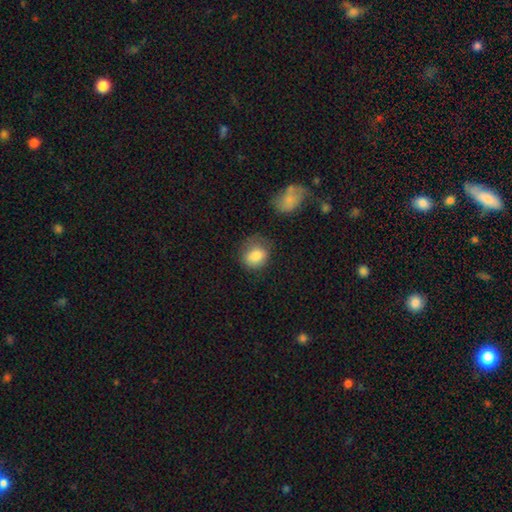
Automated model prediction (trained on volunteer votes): smooth-or-featured: smooth: 85% | star or artifact: 8% | featured or disk: 7%
  how-rounded: round: 57% | in between: 42% | cigar-shaped: 1%
  merging: none: 56% | minor disturbance: 28% | major disturbance: 12% | merger: 4%